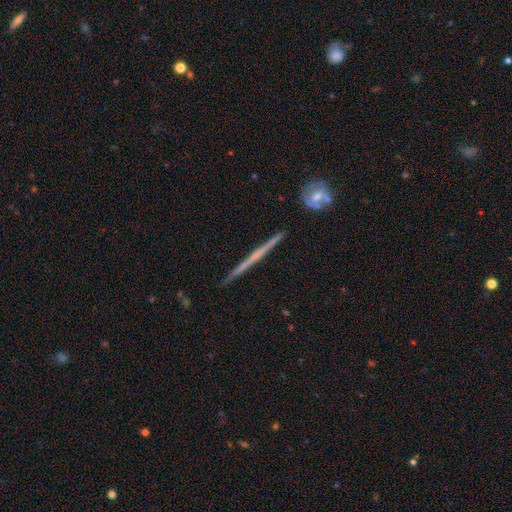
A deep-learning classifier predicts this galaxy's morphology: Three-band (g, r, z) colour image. It shows a featured or disk galaxy (67%) viewed edge-on (98%) with no central bulge (85%). Merging: none (91%).